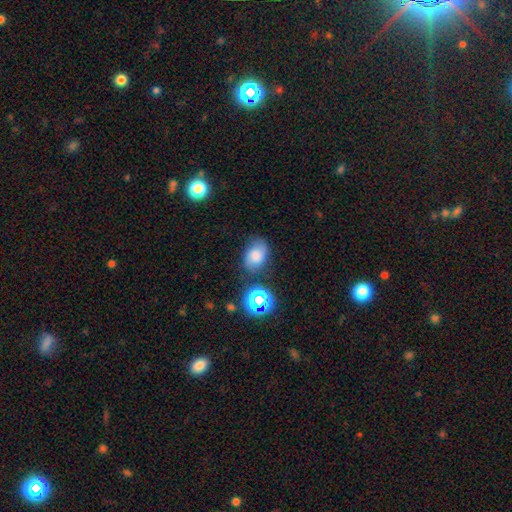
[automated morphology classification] Smooth or featured? smooth (62%)
How rounded? in between (72%)
Merging? none (65%)